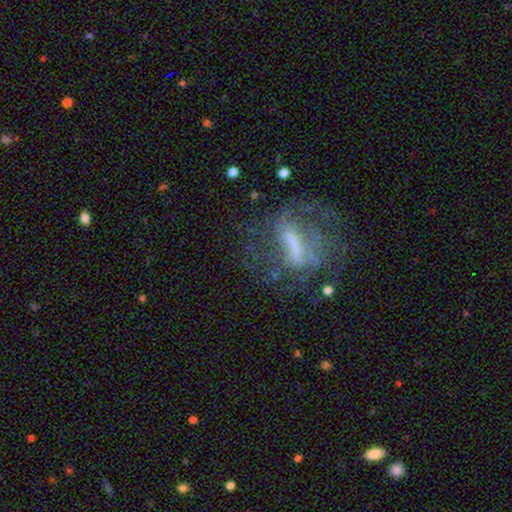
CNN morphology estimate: This is likely a featured or disk galaxy (64%). It is clearly not viewed edge-on (84%). Bar: possibly strong (56%). Spiral arm pattern: possibly yes (53%). Central bulge: marginally none (40%). Merging: possibly none (51%).